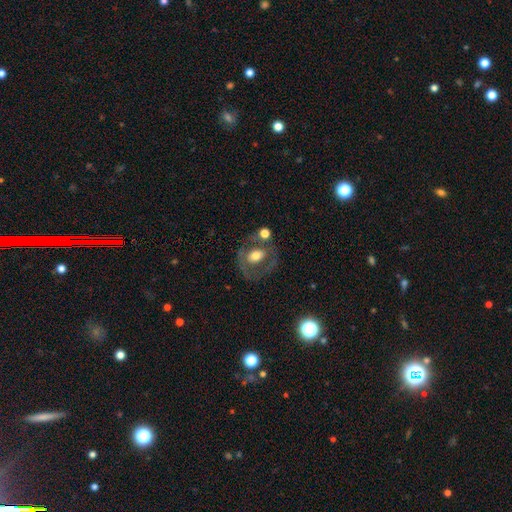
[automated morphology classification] smooth-or-featured: featured or disk: 46% | smooth: 45% | star or artifact: 8%
  merging: none: 59% | minor disturbance: 16% | merger: 13% | major disturbance: 12%